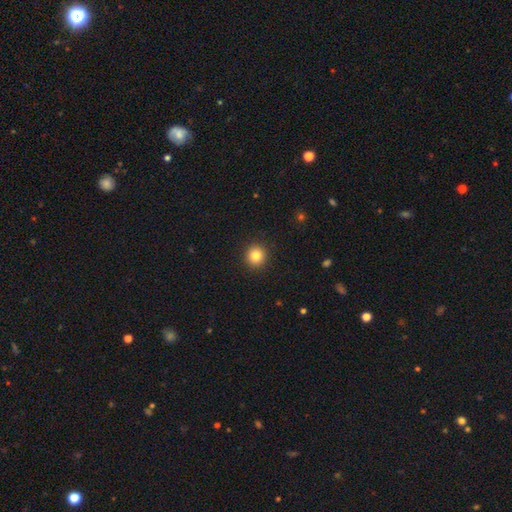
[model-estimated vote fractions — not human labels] Smooth or featured: smooth — 83% (star or artifact — 11%)
How rounded: round — 93% (in between — 6%)
Merging: none — 92% (minor disturbance — 5%)